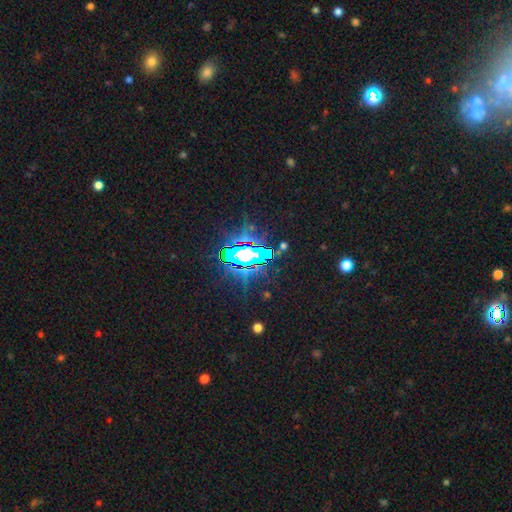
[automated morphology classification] This is clearly a star or artifact rather than a galaxy (81%).